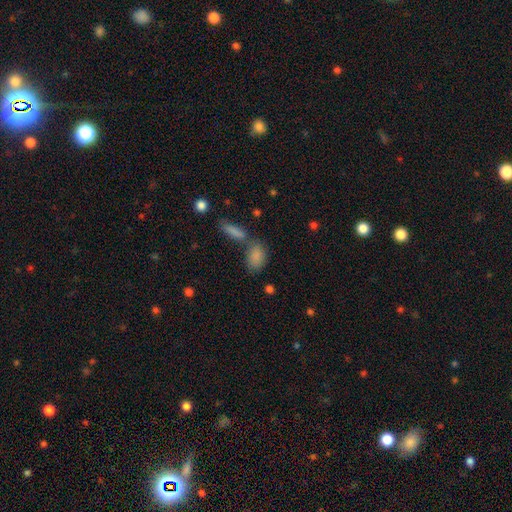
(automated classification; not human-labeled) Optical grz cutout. It shows a smooth galaxy with no disk features (84%) that is in between round and cigar-shaped (85%). Merging: none (50%).